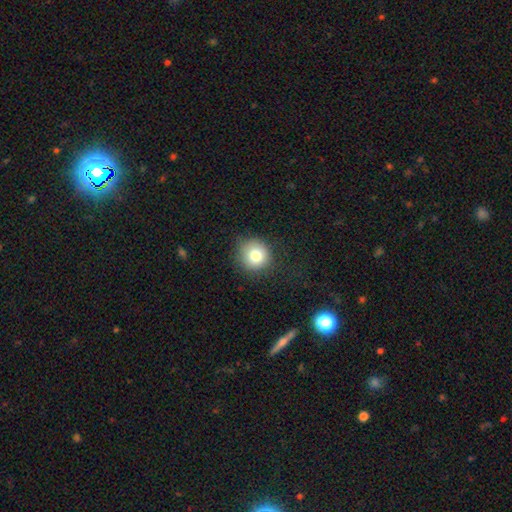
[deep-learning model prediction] smooth_or_featured: smooth (p=0.80) [alt: star or artifact p=0.11]
how_rounded: round (p=0.92) [alt: in between p=0.07]
merging: none (p=0.82) [alt: minor disturbance p=0.13]